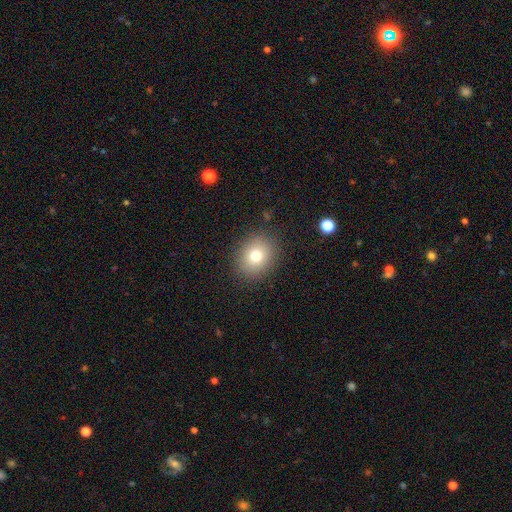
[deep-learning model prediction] Overall: smooth (76%). How rounded: round (63%; in between 36%). Merging: none (87%).